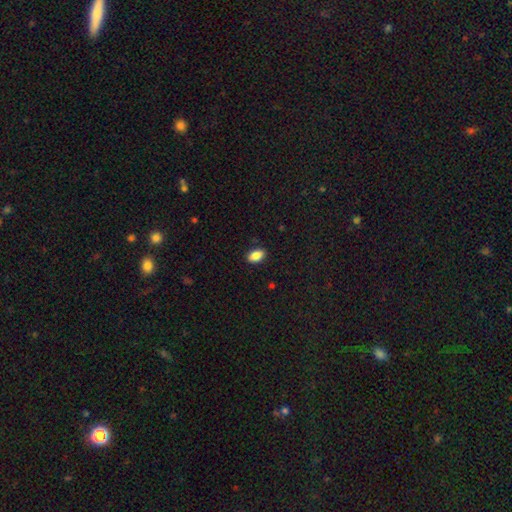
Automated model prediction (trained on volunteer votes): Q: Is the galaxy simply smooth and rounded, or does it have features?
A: smooth — 87%.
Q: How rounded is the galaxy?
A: in between — 91%.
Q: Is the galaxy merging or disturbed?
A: none — 88%.